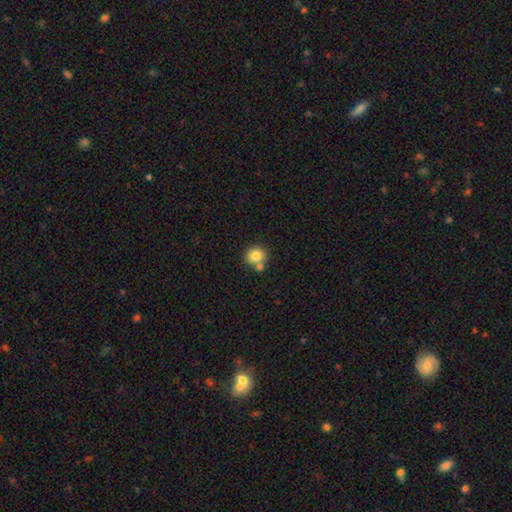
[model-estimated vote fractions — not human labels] Q: Smooth or featured?
A: smooth (81%); runner-up: star or artifact (10%)
Q: How rounded?
A: round (83%); runner-up: in between (17%)
Q: Merging?
A: none (60%); runner-up: merger (27%)